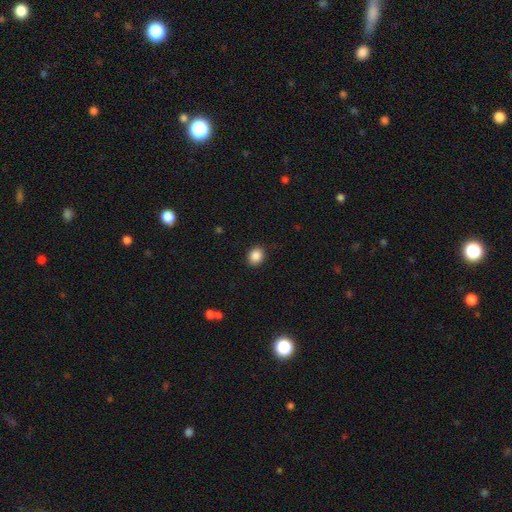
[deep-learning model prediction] A smooth galaxy with no disk features (88%) that is round (65%).

Vote fractions:
- Smooth or featured? smooth: 88% / star or artifact: 9% / featured or disk: 3%
- How rounded? round: 65% / in between: 35% / cigar-shaped: 1%
- Merging? none: 89% / minor disturbance: 8% / major disturbance: 2% / merger: 1%